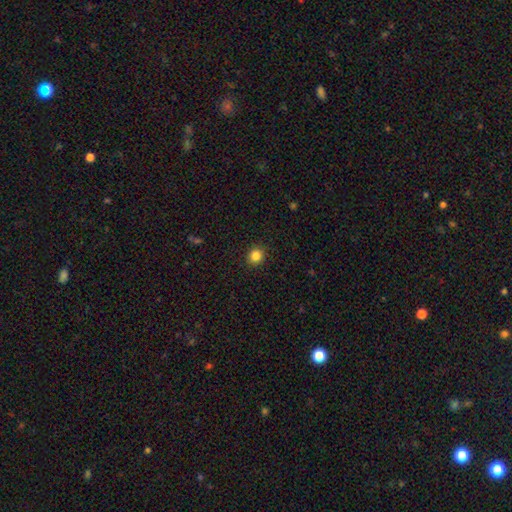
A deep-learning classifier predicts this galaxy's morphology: Overall: smooth (85%). How rounded: round (87%). Merging: none (92%).